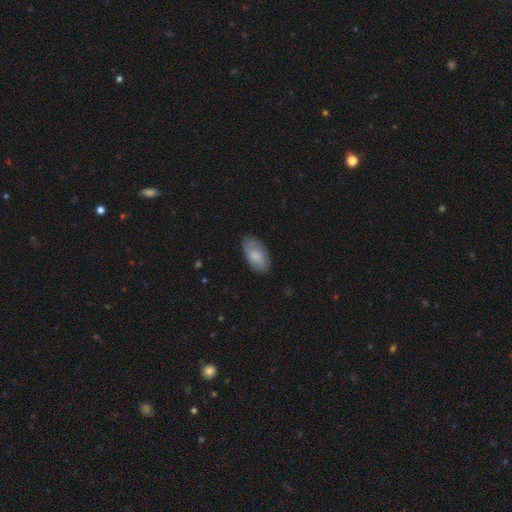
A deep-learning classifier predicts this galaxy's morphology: A smooth galaxy with no disk features (76%) that is in between round and cigar-shaped (94%).

Vote fractions:
- Smooth or featured? smooth: 76% / featured or disk: 19% / star or artifact: 6%
- How rounded? in between: 94% / round: 3% / cigar-shaped: 3%
- Merging? none: 81% / minor disturbance: 15% / major disturbance: 3% / merger: 1%